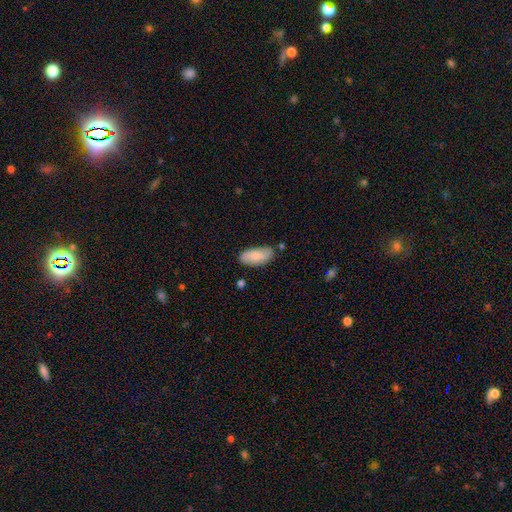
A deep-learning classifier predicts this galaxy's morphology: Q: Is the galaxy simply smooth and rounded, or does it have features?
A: smooth — 82%.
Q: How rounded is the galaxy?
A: in between — 91%.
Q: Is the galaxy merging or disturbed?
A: none — 73%.